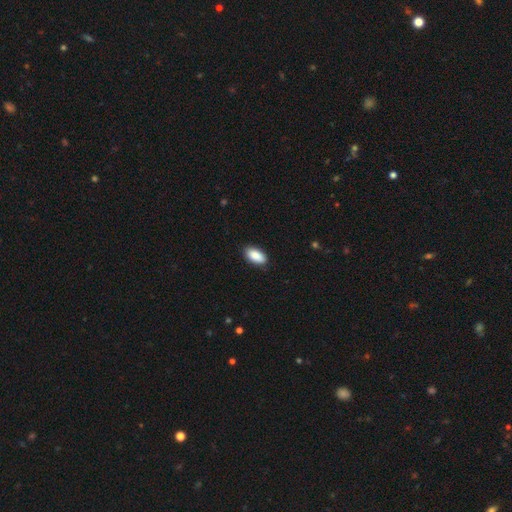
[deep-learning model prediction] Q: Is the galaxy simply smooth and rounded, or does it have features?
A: smooth — 90%.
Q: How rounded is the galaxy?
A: in between — 93%.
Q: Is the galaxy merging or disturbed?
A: none — 87%.